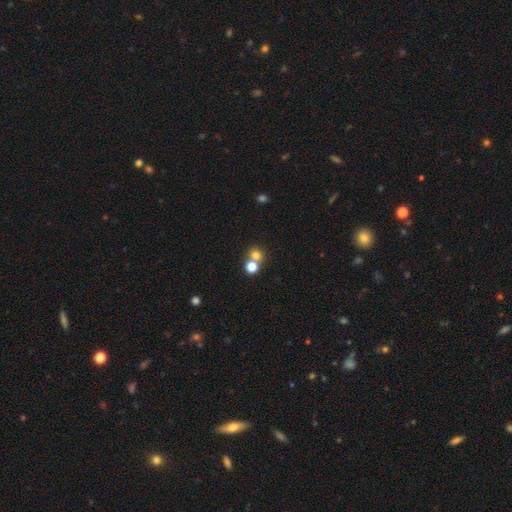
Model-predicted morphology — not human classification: This is likely a smooth galaxy (74%). How rounded: clearly round (83%). Merging: possibly none (51%).